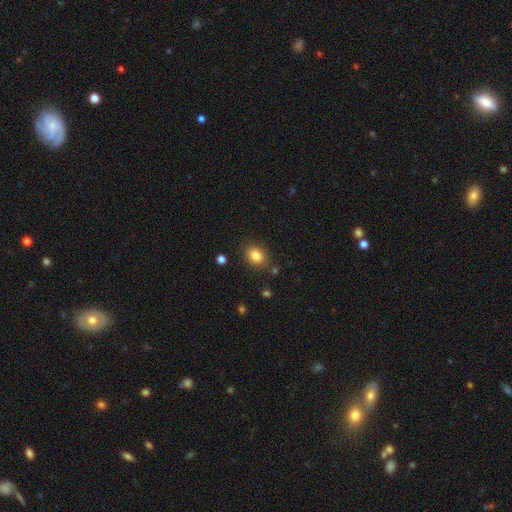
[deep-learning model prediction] smooth_or_featured: smooth (p=0.85) [alt: star or artifact p=0.10]
how_rounded: in between (p=0.54) [alt: round p=0.45]
merging: none (p=0.84) [alt: minor disturbance p=0.10]